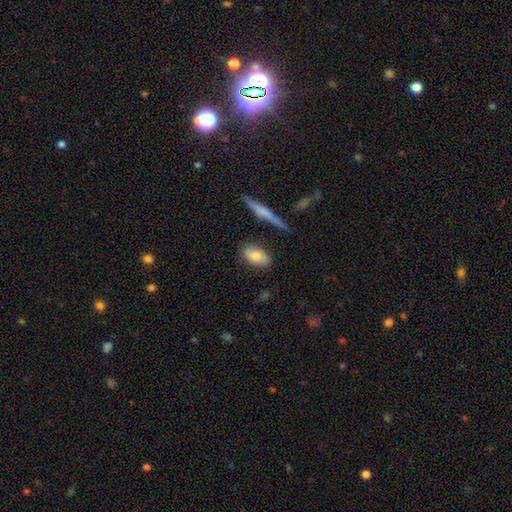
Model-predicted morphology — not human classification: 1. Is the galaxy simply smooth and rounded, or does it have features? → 72% smooth, 21% featured or disk, 7% star or artifact.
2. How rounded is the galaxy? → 89% in between, 6% round, 5% cigar-shaped.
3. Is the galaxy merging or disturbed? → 77% none, 16% minor disturbance, 4% major disturbance, 4% merger.